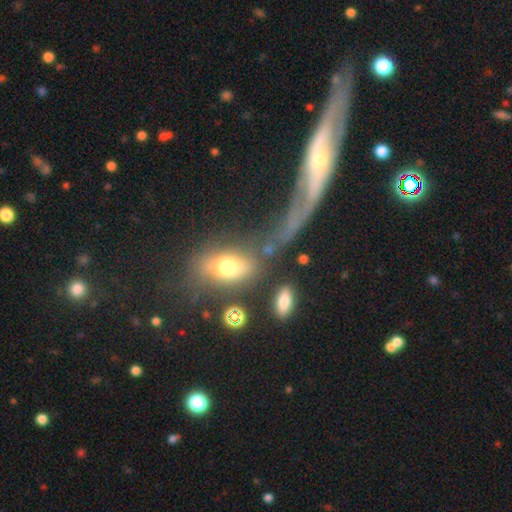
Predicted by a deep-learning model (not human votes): A featured or disk galaxy (46%). Merging: none (36%, tied with merger).